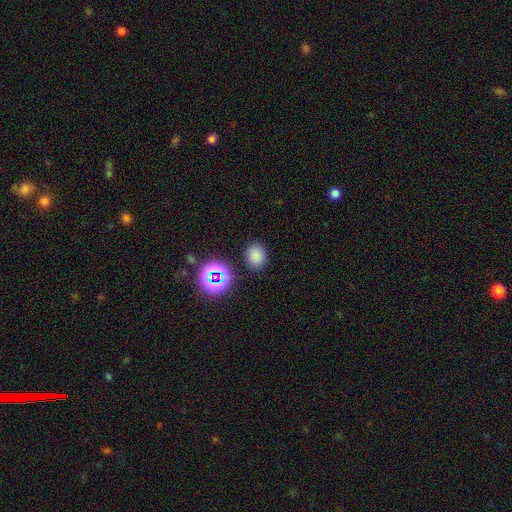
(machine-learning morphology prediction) smooth_or_featured: smooth (p=0.77) [alt: star or artifact p=0.18]
how_rounded: round (p=0.52) [alt: in between p=0.47]
merging: none (p=0.82) [alt: minor disturbance p=0.11]